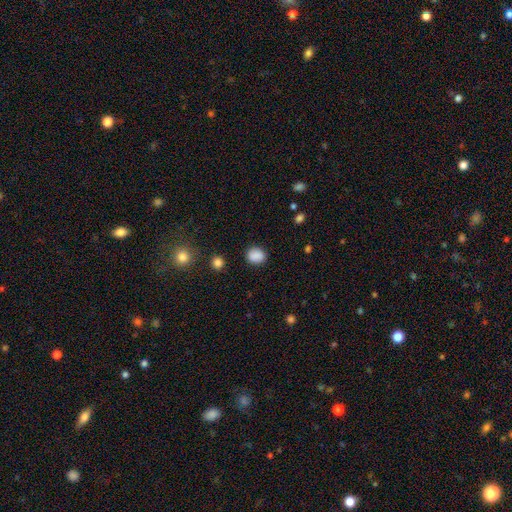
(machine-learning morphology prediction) smooth-or-featured: smooth: 87% | star or artifact: 9% | featured or disk: 3%
  how-rounded: round: 65% | in between: 34% | cigar-shaped: 1%
  merging: none: 87% | minor disturbance: 9% | major disturbance: 3% | merger: 1%